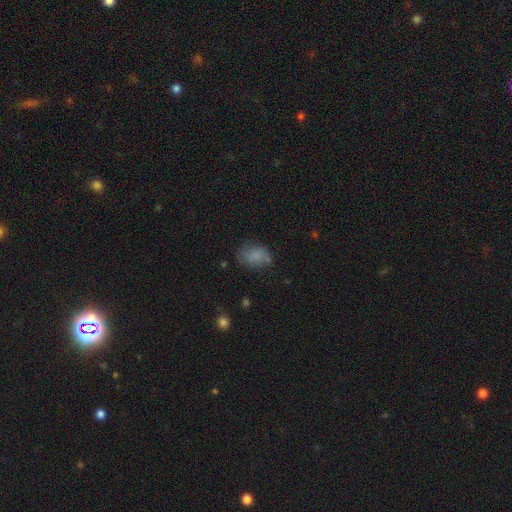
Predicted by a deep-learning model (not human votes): smooth 78%, featured or disk 12%, star or artifact 10%. Down the decision tree: how rounded — in between (77%); merging — none (62%).